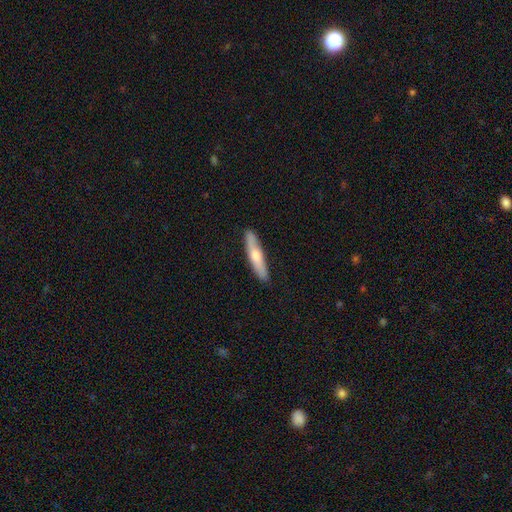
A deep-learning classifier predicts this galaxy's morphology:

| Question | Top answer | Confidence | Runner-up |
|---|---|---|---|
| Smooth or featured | smooth | 51% | featured or disk (43%) |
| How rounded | cigar-shaped | 87% | in between (11%) |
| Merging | none | 89% | minor disturbance (8%) |